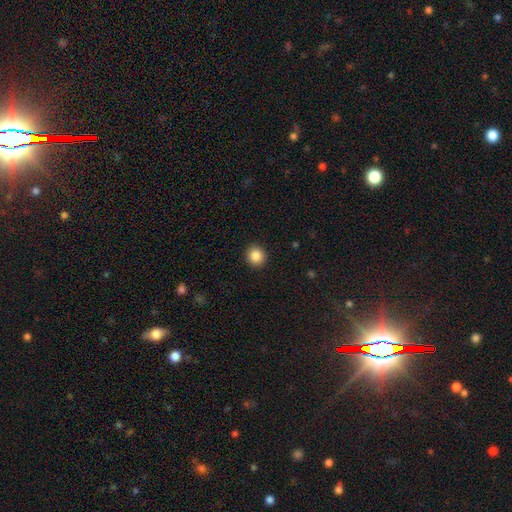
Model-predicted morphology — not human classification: The model was most divided on "smooth or featured": smooth: 86%, star or artifact: 10%, featured or disk: 4%. More confident: merging — none (92%); how rounded — round (91%).